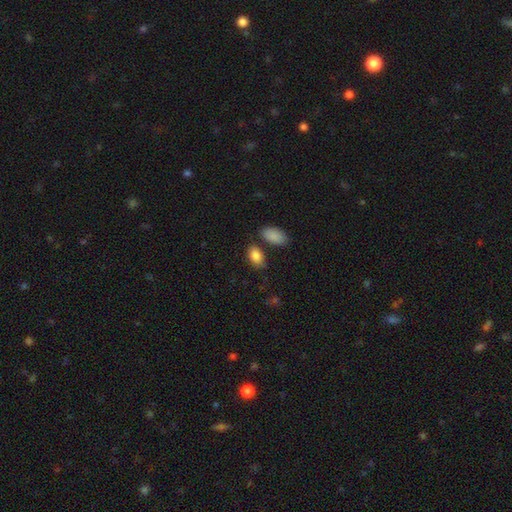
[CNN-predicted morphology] A smooth galaxy with no disk features (87%) that is in between round and cigar-shaped (91%). Merging: none (71%).